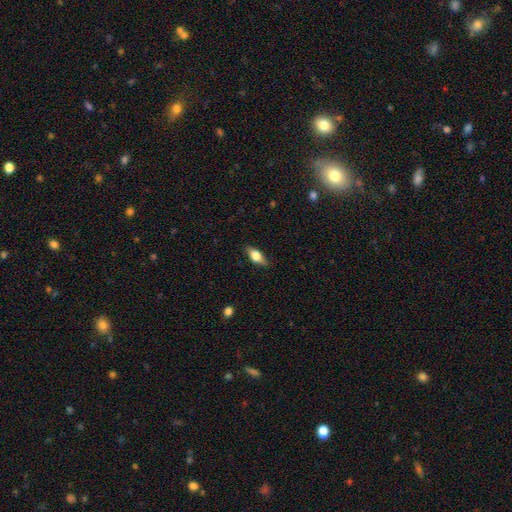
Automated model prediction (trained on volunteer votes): smooth_or_featured: smooth (p=0.66) [alt: featured or disk p=0.27]
how_rounded: in between (p=0.78) [alt: cigar-shaped p=0.18]
merging: none (p=0.82) [alt: minor disturbance p=0.14]